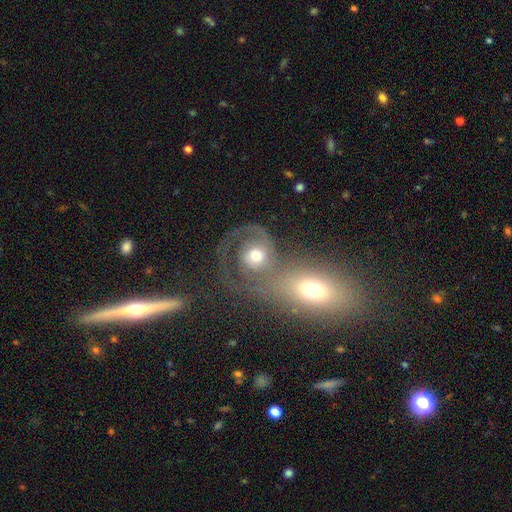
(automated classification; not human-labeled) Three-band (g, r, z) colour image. It shows a featured or disk galaxy (60%) with no bar (78%), spiral arms (74%) and a moderate central bulge (63%). Merging: merger (61%).